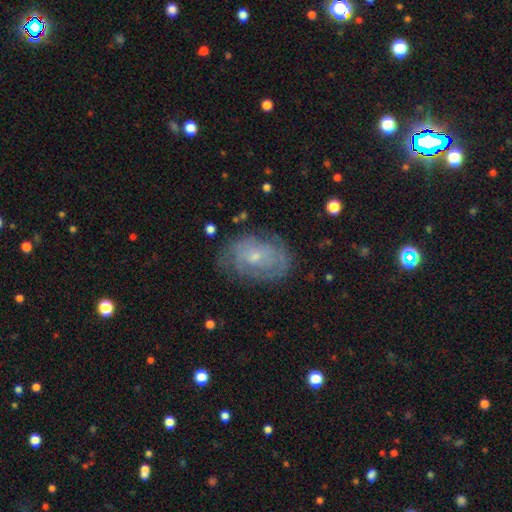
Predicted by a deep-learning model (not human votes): smooth-or-featured: featured or disk: 66% | smooth: 26% | star or artifact: 9%
  disk-edge-on: no: 96% | yes: 4%
    bar: no: 74% | weak: 23% | strong: 4%
    has-spiral-arms: yes: 77% | no: 23%
    bulge-size: small: 70% | moderate: 24% | none: 3% | large: 1% | dominant: 1%
  merging: none: 70% | minor disturbance: 20% | major disturbance: 9% | merger: 1%